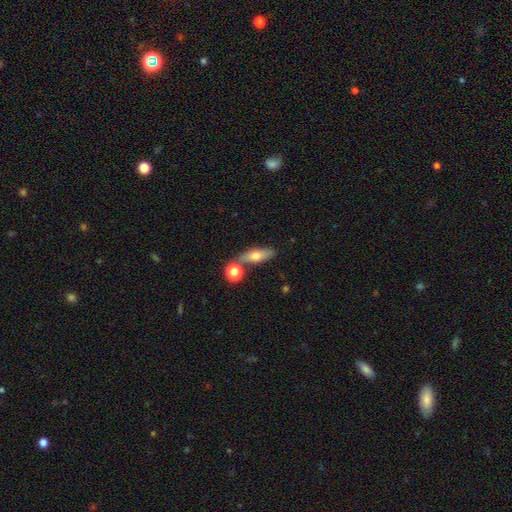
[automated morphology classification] This is possibly a smooth galaxy (60%). How rounded: possibly in between (55%). Merging: likely none (65%).